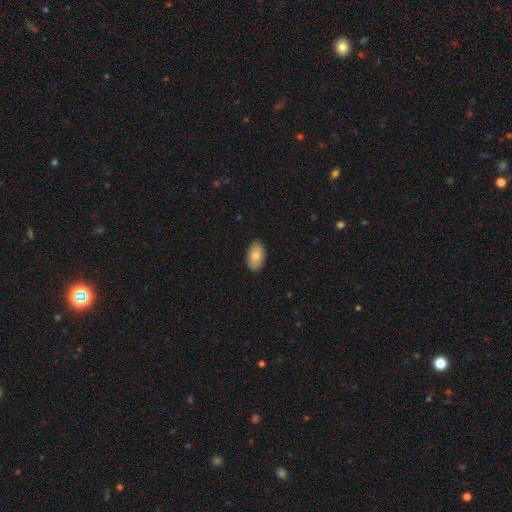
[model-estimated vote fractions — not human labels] Smooth or featured? Predicted: smooth (p=0.83). How rounded? Predicted: in between (p=0.94). Merging? Predicted: none (p=0.87).